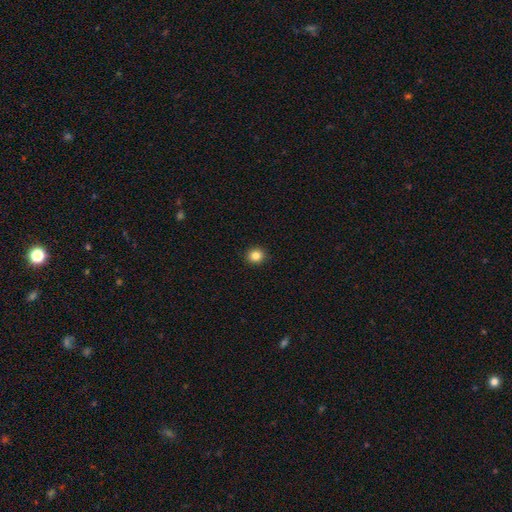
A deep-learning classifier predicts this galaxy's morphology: Smooth or featured: smooth — 84% (star or artifact — 11%)
How rounded: round — 88% (in between — 11%)
Merging: none — 93% (minor disturbance — 5%)